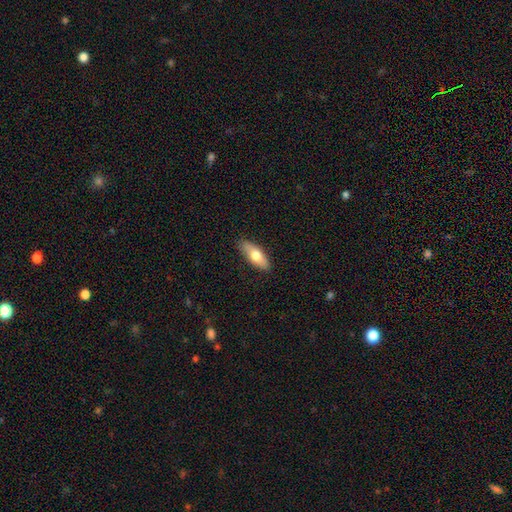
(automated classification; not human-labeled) This appears to be a smooth galaxy with no disk features (68%) that is in between round and cigar-shaped (67%). Merging: none (87%).